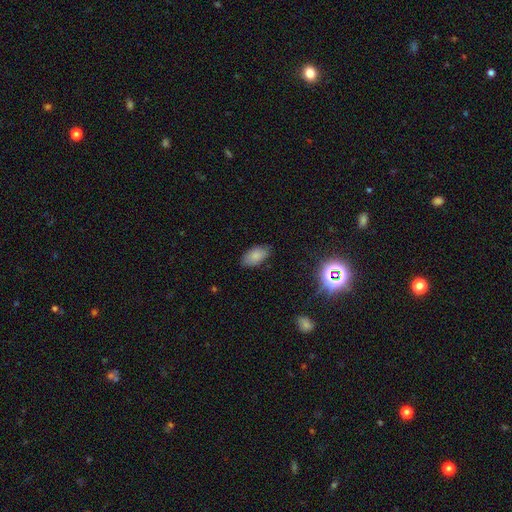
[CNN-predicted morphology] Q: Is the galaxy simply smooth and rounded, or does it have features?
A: smooth — 82%.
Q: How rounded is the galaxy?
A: in between — 94%.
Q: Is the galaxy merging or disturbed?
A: none — 81%.